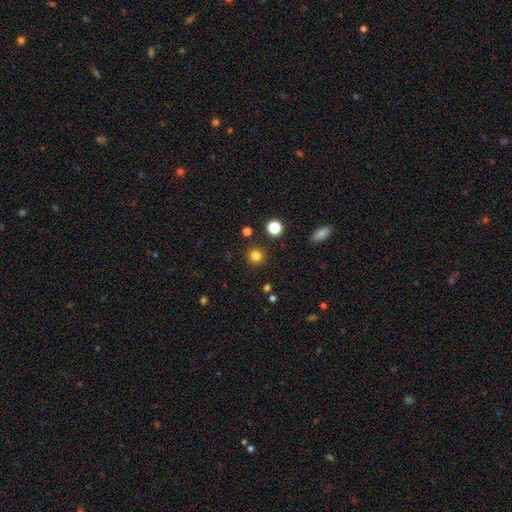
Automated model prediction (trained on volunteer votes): This is clearly a smooth galaxy (80%). How rounded: clearly round (94%). Merging: clearly none (91%).